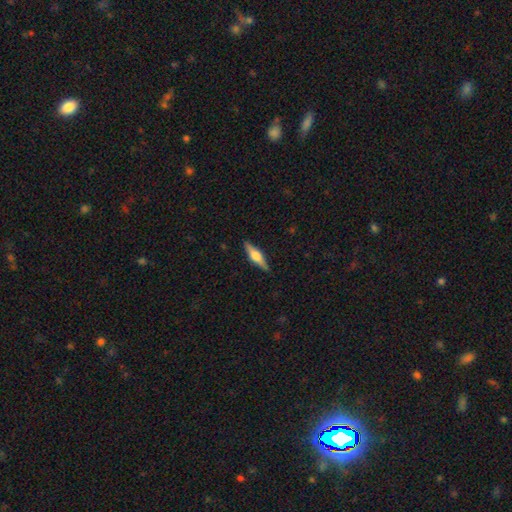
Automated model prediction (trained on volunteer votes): Smooth or featured? Predicted: featured or disk (p=0.61). Edge-on disk? Predicted: yes (p=0.96). Edge-on bulge? Predicted: rounded (p=0.92). Merging? Predicted: none (p=0.90).